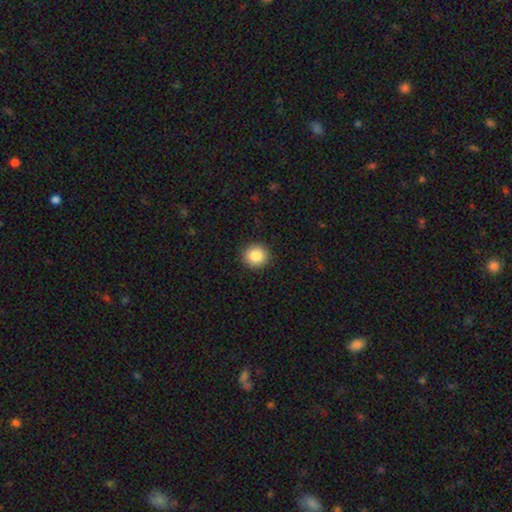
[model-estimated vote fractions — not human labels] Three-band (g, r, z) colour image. It shows a smooth galaxy with no disk features (85%) that is round (91%). Merging: none (92%).